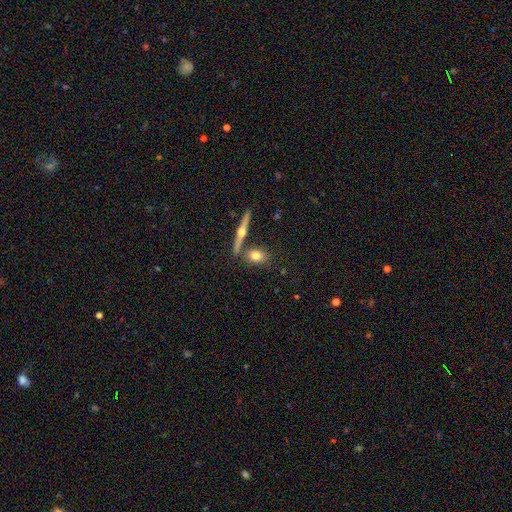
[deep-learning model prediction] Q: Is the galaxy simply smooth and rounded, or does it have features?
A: smooth — 67%.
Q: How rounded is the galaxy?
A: in between — 64%.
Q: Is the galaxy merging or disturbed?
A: none — 68%.